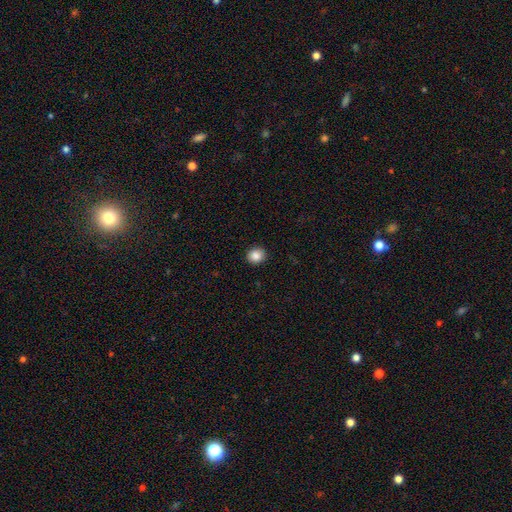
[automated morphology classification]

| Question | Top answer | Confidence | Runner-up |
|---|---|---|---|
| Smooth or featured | smooth | 87% | star or artifact (9%) |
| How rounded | round | 77% | in between (22%) |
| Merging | none | 91% | minor disturbance (6%) |